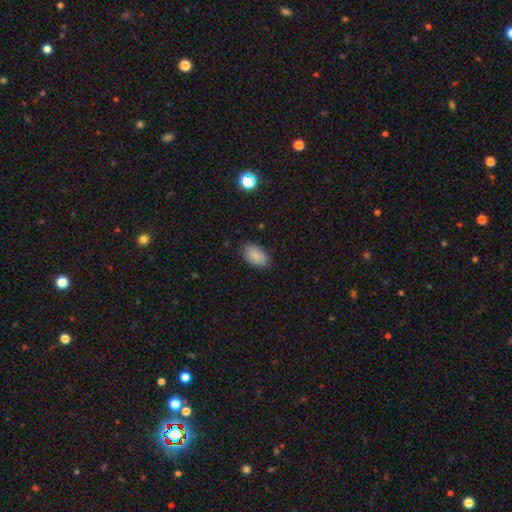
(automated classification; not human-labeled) Q: Smooth or featured?
A: smooth (84%); runner-up: featured or disk (8%)
Q: How rounded?
A: in between (92%); runner-up: round (7%)
Q: Merging?
A: none (82%); runner-up: minor disturbance (14%)